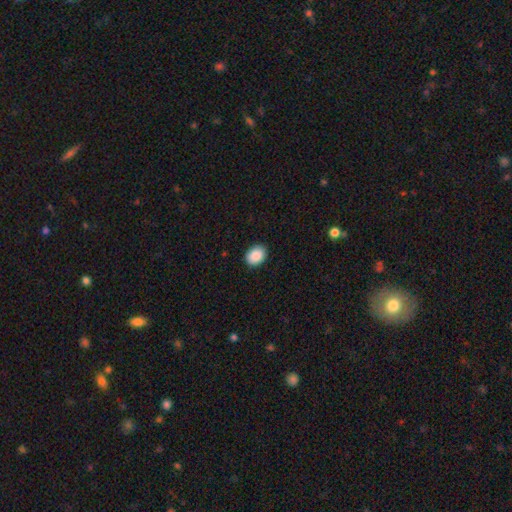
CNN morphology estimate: A smooth galaxy with no disk features (89%) that is in between round and cigar-shaped (57%). Merging: none (90%).